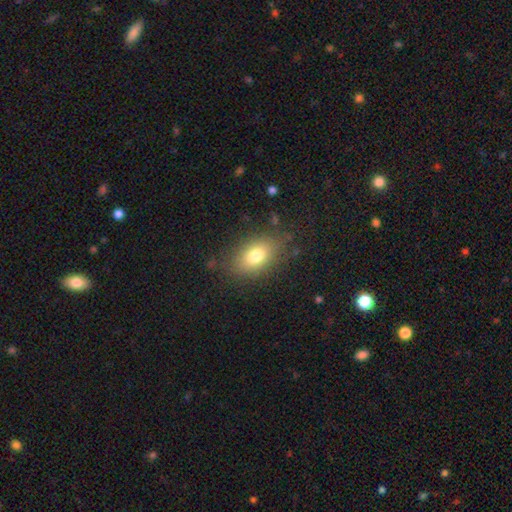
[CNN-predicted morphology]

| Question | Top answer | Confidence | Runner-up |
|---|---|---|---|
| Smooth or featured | smooth | 77% | featured or disk (13%) |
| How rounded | in between | 84% | round (13%) |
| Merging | none | 81% | minor disturbance (13%) |